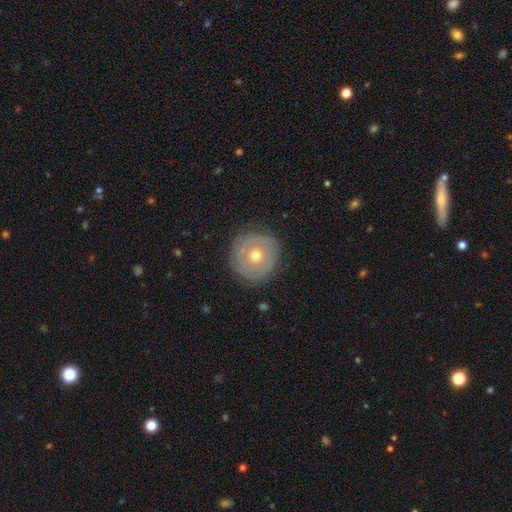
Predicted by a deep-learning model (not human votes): Smooth or featured?
  - featured or disk: 53% *
  - smooth: 40%
  - star or artifact: 8%
Edge-on disk?
  - no: 96% *
  - yes: 4%
Bar?
  - no: 89% *
  - weak: 8%
  - strong: 2%
Spiral arms?
  - no: 60% *
  - yes: 40%
Bulge size?
  - moderate: 66% *
  - small: 30%
  - large: 2%
  - dominant: 1%
  - none: 1%
Merging?
  - none: 85% *
  - minor disturbance: 11%
  - major disturbance: 4%
  - merger: 1%